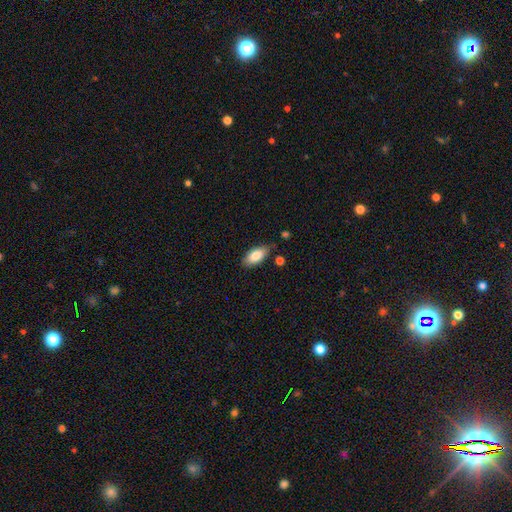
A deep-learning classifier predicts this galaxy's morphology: smooth-or-featured: smooth: 83% | featured or disk: 10% | star or artifact: 7%
  how-rounded: in between: 90% | cigar-shaped: 7% | round: 2%
  merging: none: 75% | minor disturbance: 18% | merger: 4% | major disturbance: 3%